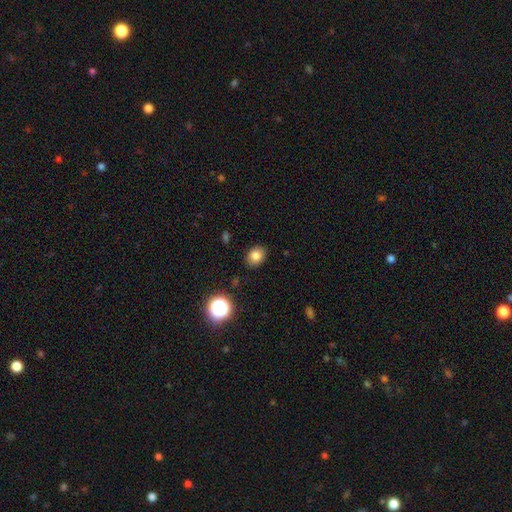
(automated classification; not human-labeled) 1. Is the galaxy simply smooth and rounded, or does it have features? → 81% smooth, 12% star or artifact, 7% featured or disk.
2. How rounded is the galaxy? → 53% in between, 46% round, 1% cigar-shaped.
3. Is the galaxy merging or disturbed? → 87% none, 9% minor disturbance, 2% major disturbance, 1% merger.